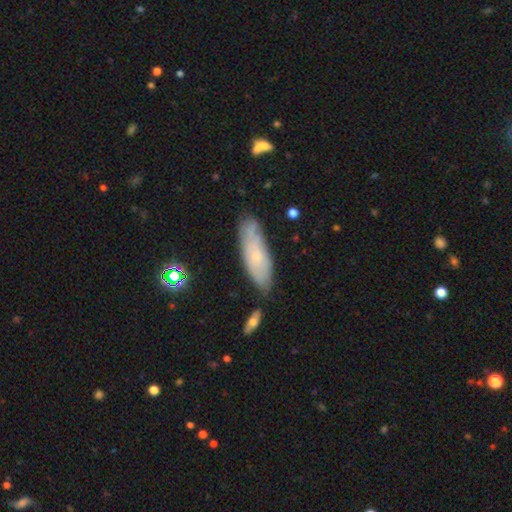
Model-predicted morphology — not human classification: Smooth or featured?
  - smooth: 50% *
  - featured or disk: 42%
  - star or artifact: 8%
How rounded?
  - in between: 54% *
  - cigar-shaped: 43%
  - round: 2%
Merging?
  - none: 67% *
  - minor disturbance: 23%
  - merger: 5%
  - major disturbance: 5%